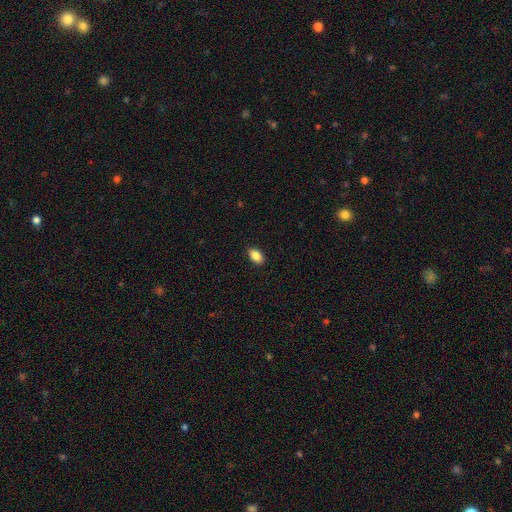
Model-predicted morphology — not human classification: smooth_or_featured: smooth (p=0.87) [alt: star or artifact p=0.08]
how_rounded: in between (p=0.91) [alt: round p=0.07]
merging: none (p=0.89) [alt: minor disturbance p=0.08]